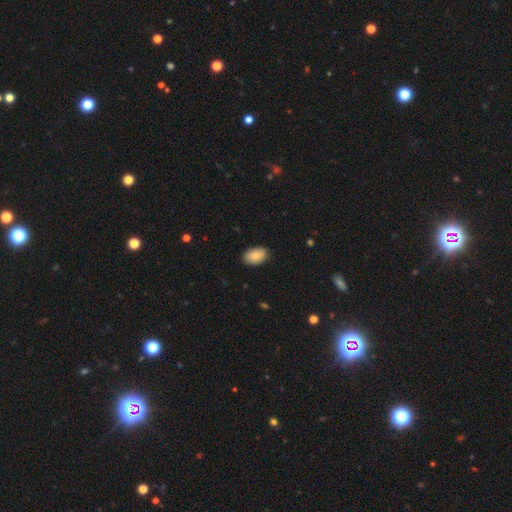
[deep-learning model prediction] A smooth galaxy with no disk features (88%) that is in between round and cigar-shaped (90%). Merging: none (87%).